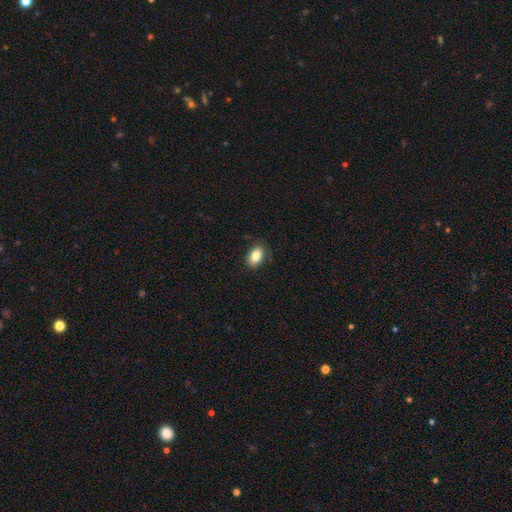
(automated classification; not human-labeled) smooth-or-featured: smooth: 83% | featured or disk: 9% | star or artifact: 8%
  how-rounded: in between: 87% | round: 11% | cigar-shaped: 2%
  merging: none: 83% | minor disturbance: 14% | major disturbance: 3% | merger: 1%